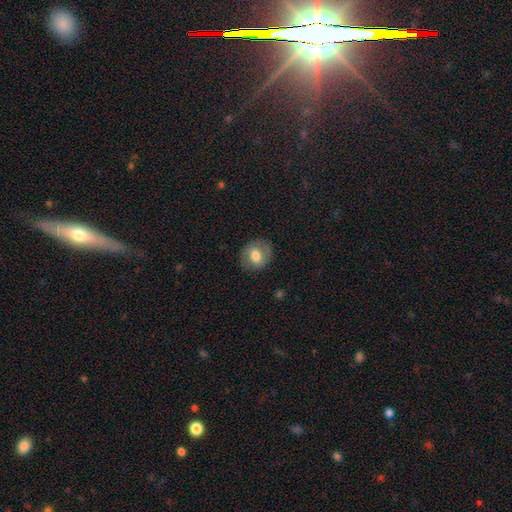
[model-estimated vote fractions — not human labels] Morphology: type=smooth (62%); roundness=round (54%); merging=none (80%).